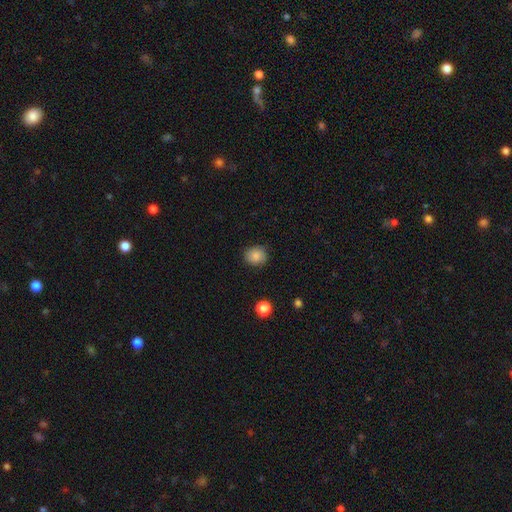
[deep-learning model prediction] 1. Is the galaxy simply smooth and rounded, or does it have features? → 85% smooth, 10% star or artifact, 5% featured or disk.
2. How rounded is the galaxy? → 73% round, 26% in between, 1% cigar-shaped.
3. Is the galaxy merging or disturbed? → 83% none, 13% minor disturbance, 3% major disturbance, 1% merger.